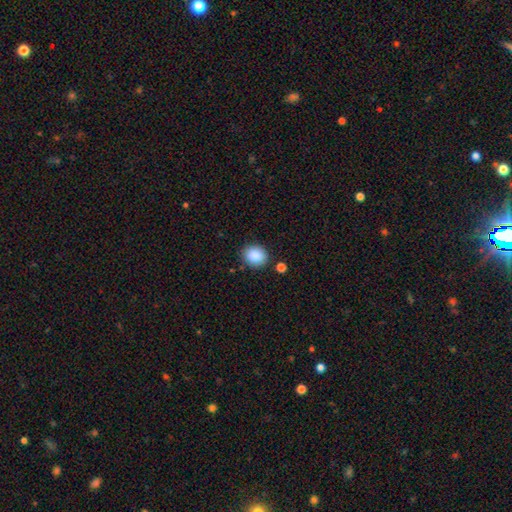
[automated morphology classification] A smooth galaxy with no disk features (89%) that is round (67%).

Vote fractions:
- Smooth or featured? smooth: 89% / star or artifact: 8% / featured or disk: 3%
- How rounded? round: 67% / in between: 32% / cigar-shaped: 1%
- Merging? none: 85% / minor disturbance: 9% / merger: 3% / major disturbance: 3%